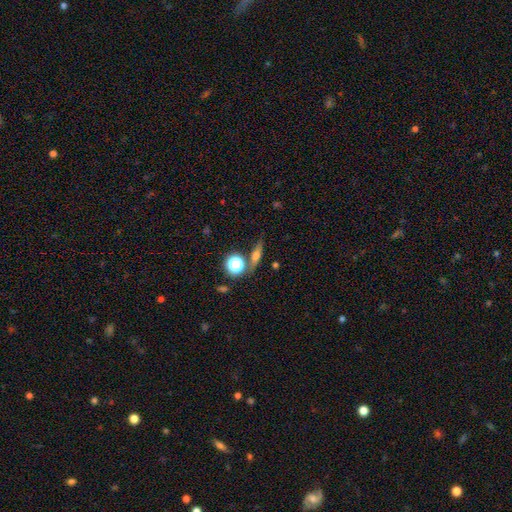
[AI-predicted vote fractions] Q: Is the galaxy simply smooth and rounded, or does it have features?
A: smooth — 46%.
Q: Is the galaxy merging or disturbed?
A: none — 78%.